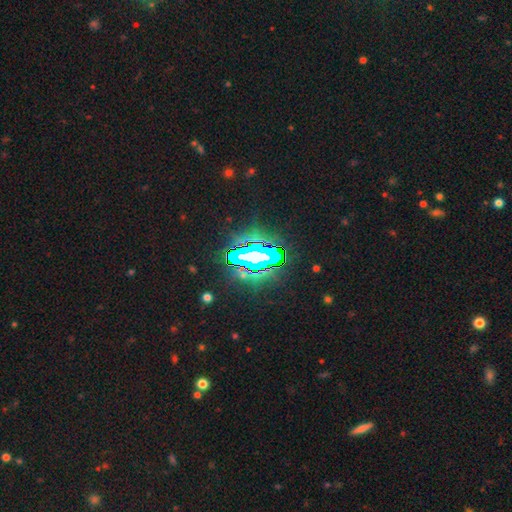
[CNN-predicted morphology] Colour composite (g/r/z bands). It shows a star or artifact, not a galaxy (73%).